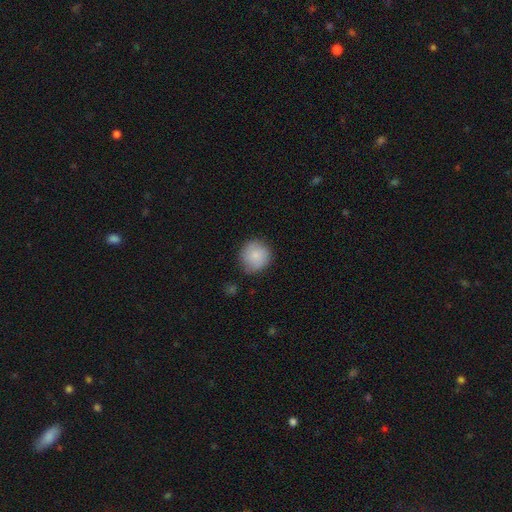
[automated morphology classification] This appears to be a smooth galaxy with no disk features (82%) that is round (91%). Merging: none (76%).